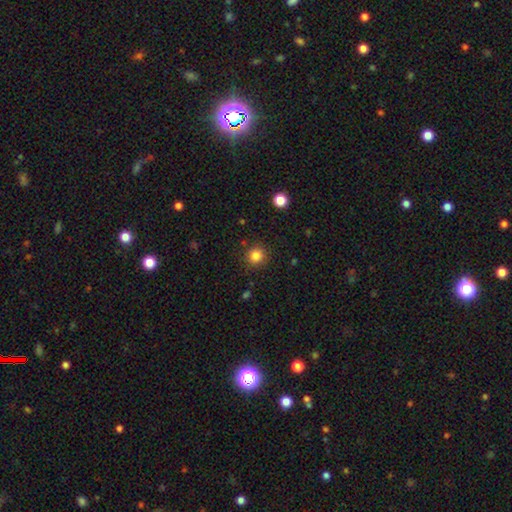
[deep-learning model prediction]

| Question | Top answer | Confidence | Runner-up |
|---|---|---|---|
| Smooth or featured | smooth | 83% | star or artifact (12%) |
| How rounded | round | 91% | in between (8%) |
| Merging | none | 89% | minor disturbance (7%) |